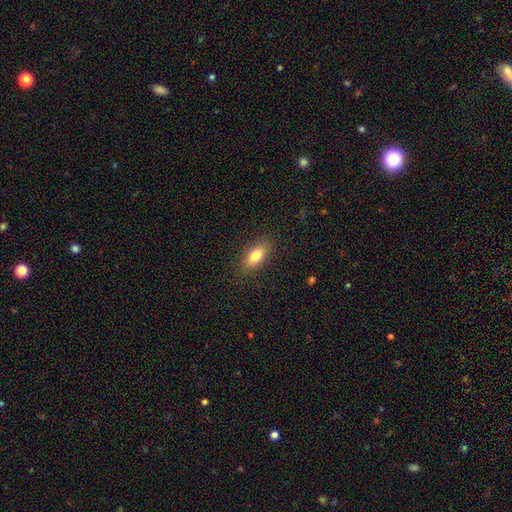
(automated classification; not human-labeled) smooth 79%, featured or disk 13%, star or artifact 8%. Down the decision tree: how rounded — in between (83%); merging — none (86%).